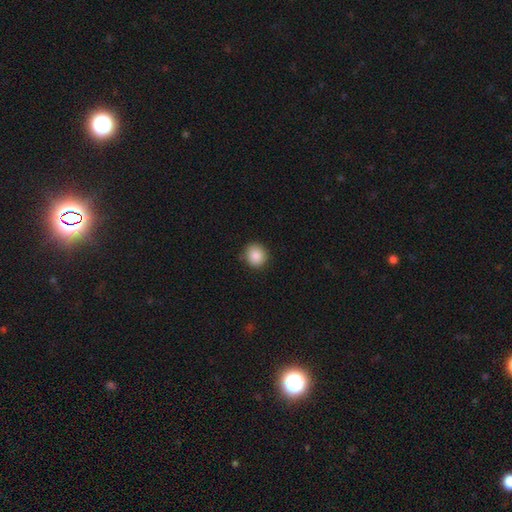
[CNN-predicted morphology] Smooth or featured: smooth — 88% (star or artifact — 9%)
How rounded: round — 90% (in between — 9%)
Merging: none — 86% (minor disturbance — 11%)